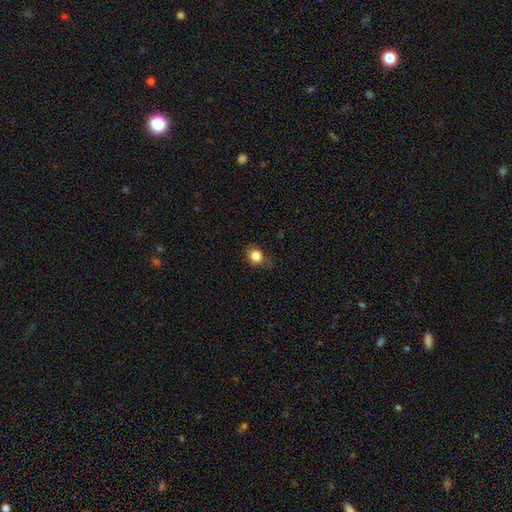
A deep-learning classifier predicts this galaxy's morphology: Smooth or featured: smooth — 82% (star or artifact — 11%)
How rounded: round — 75% (in between — 24%)
Merging: none — 73% (minor disturbance — 21%)